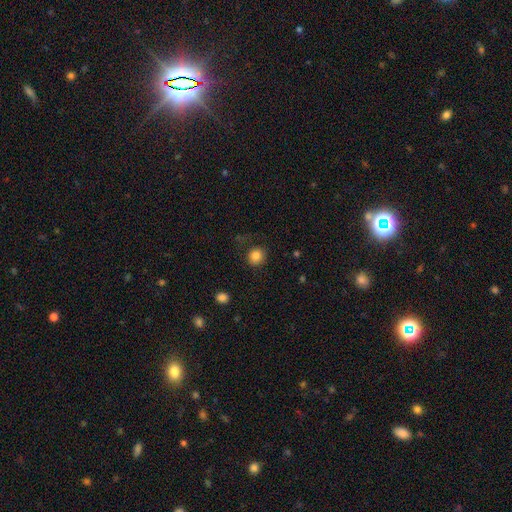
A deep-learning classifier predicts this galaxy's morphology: A smooth galaxy with no disk features (84%) that is round (88%). Merging: none (83%).